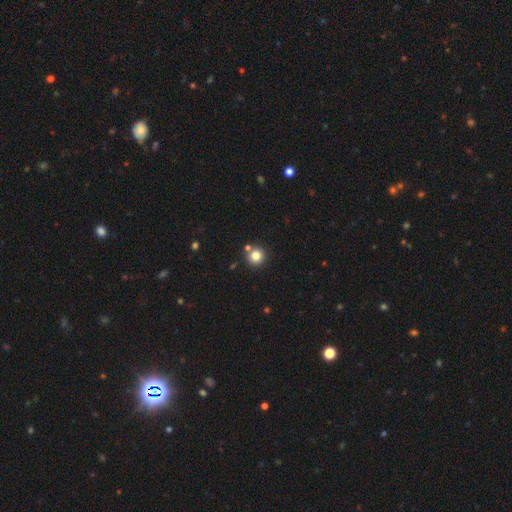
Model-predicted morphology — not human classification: This appears to be a smooth galaxy with no disk features (81%) that is round (93%). Merging: none (80%).